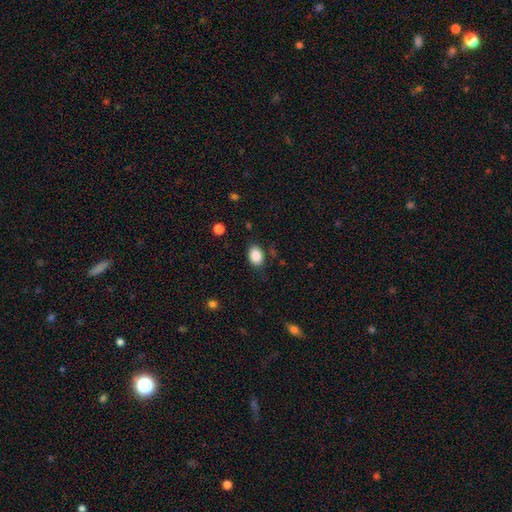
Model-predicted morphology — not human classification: Overall: smooth (88%). How rounded: in between (81%). Merging: none (84%).